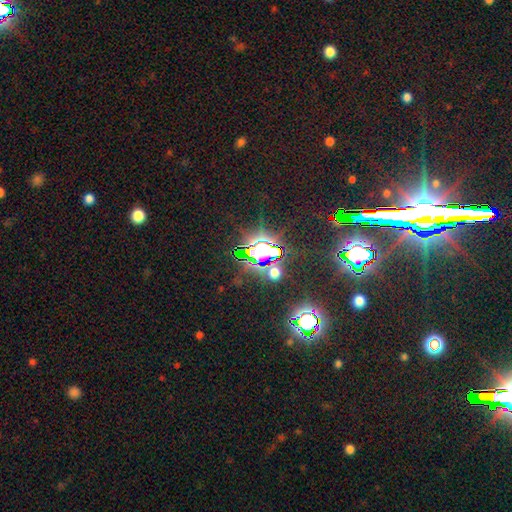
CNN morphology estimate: Smooth or featured? Predicted: star or artifact (p=0.79).